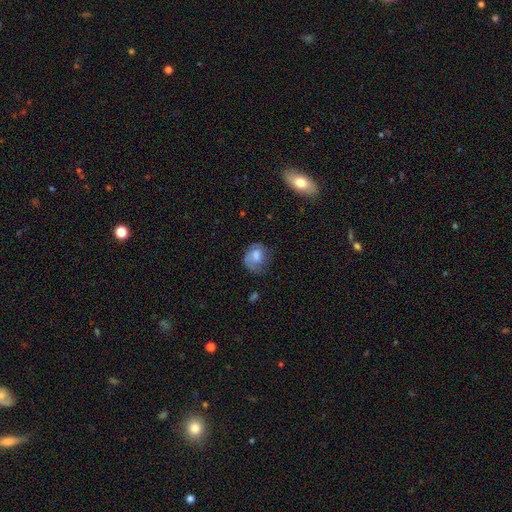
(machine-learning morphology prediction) This is possibly a smooth galaxy (56%). How rounded: possibly round (55%). Merging: possibly none (47%).